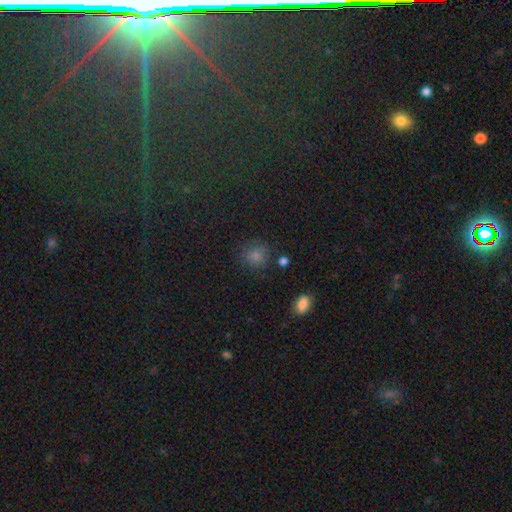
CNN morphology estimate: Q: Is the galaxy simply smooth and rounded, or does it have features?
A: smooth — 79%.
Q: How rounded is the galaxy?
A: round — 84%.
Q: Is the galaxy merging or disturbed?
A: none — 77%.